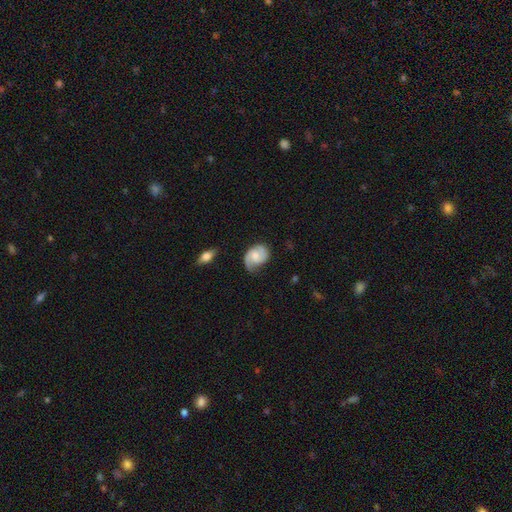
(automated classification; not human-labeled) Overall: featured or disk (78%). Edge-on disk: no (98%). Bar: no (52%; weak 40%). Spiral arms: yes (96%). Spiral arm count: 2 (82%). Spiral winding: medium (49%; tight 31%). Bulge size: moderate (48%; small 36%). Merging: none (66%).